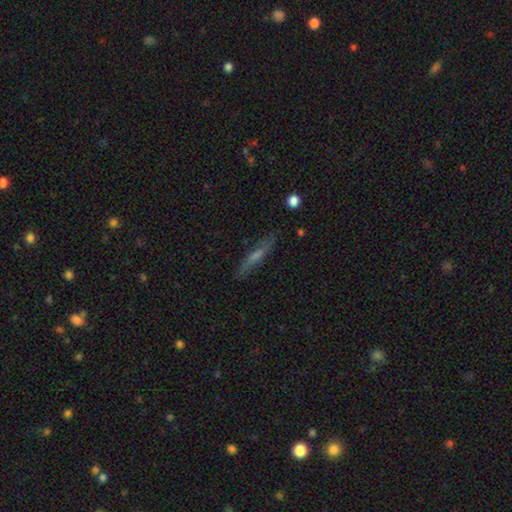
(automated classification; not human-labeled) featured or disk 48%, smooth 42%, star or artifact 10%. Down the decision tree: merging — none (84%).